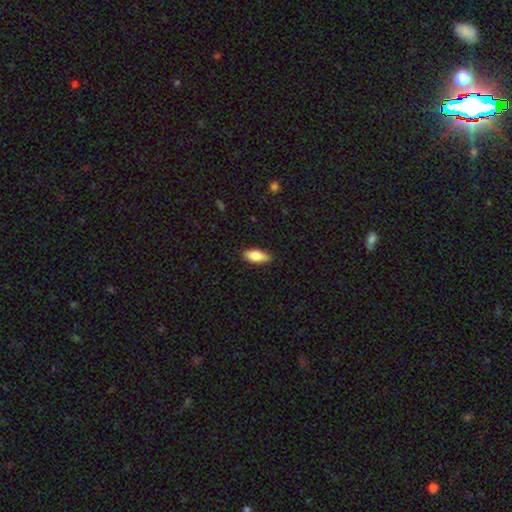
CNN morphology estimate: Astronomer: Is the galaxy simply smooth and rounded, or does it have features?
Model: smooth — 83%.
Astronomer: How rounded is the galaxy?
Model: in between — 80%.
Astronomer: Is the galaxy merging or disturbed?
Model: none — 84%.